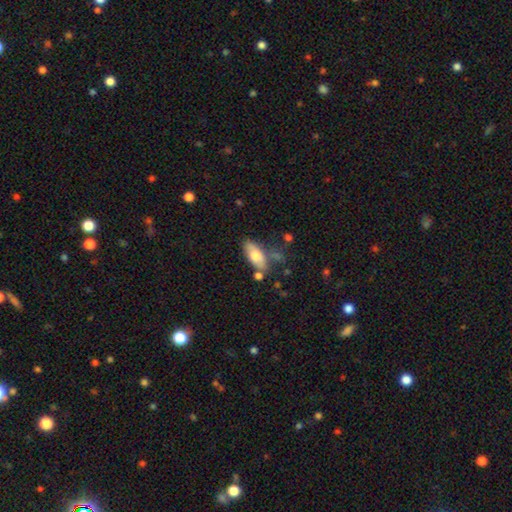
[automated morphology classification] Q: Smooth or featured?
A: smooth (71%); runner-up: featured or disk (23%)
Q: How rounded?
A: in between (80%); runner-up: cigar-shaped (17%)
Q: Merging?
A: none (57%); runner-up: minor disturbance (22%)